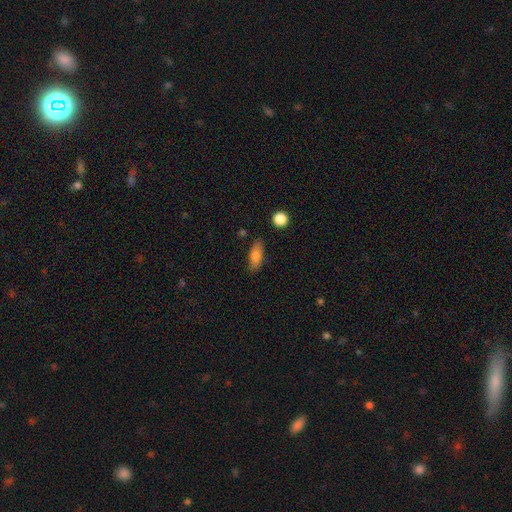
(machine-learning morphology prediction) Smooth or featured: smooth — 79% (featured or disk — 13%)
How rounded: in between — 76% (cigar-shaped — 20%)
Merging: none — 81% (minor disturbance — 14%)